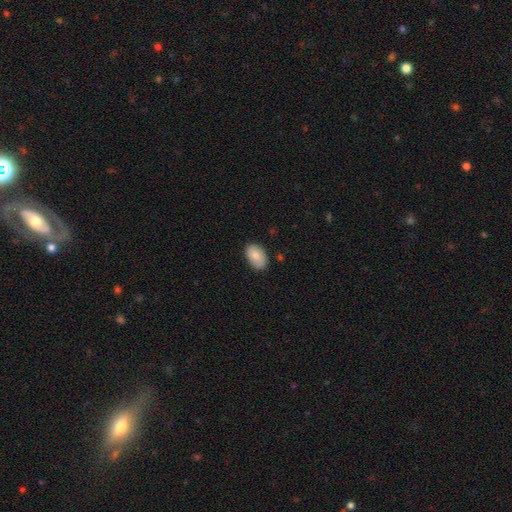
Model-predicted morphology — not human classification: Smooth or featured: smooth — 81% (featured or disk — 12%)
How rounded: in between — 90% (round — 9%)
Merging: none — 84% (minor disturbance — 13%)